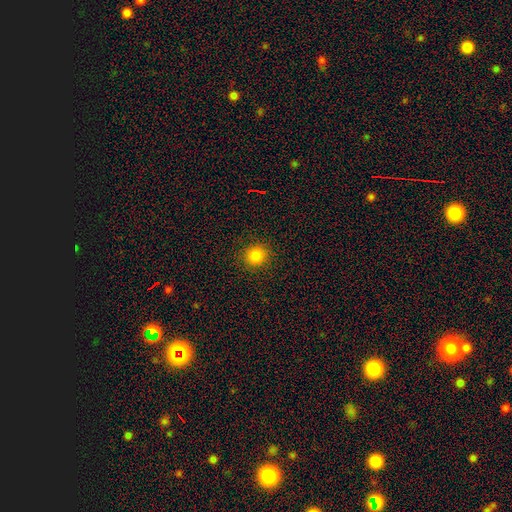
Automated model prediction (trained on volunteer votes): Smooth or featured? Predicted: smooth (p=0.83). How rounded? Predicted: round (p=0.89). Merging? Predicted: none (p=0.90).